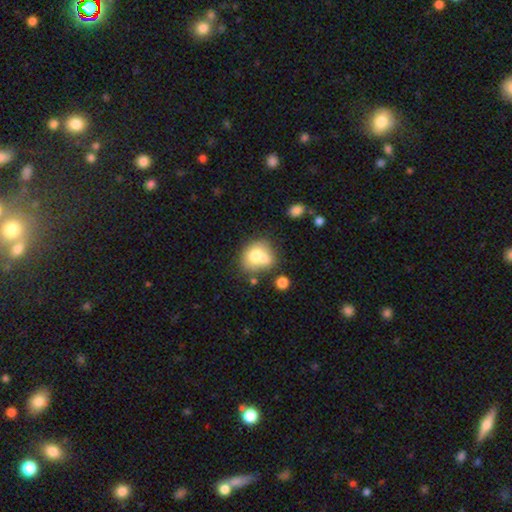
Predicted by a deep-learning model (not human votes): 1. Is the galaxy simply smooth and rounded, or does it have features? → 69% smooth, 21% featured or disk, 10% star or artifact.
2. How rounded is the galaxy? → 62% round, 37% in between, 1% cigar-shaped.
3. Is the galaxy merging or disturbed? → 40% none, 38% merger, 15% minor disturbance, 7% major disturbance.